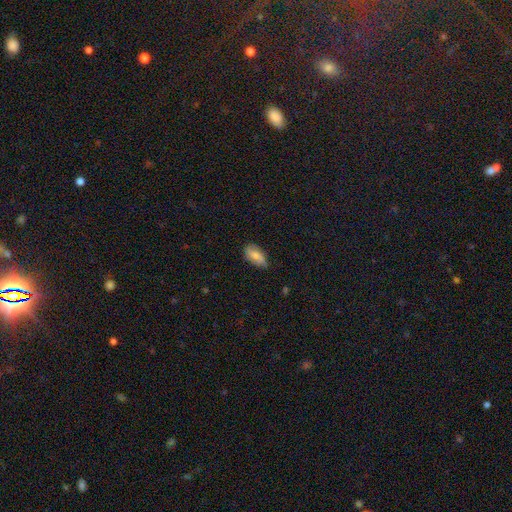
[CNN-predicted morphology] This appears to be a smooth galaxy with no disk features (72%) that is in between round and cigar-shaped (90%). Merging: none (70%).